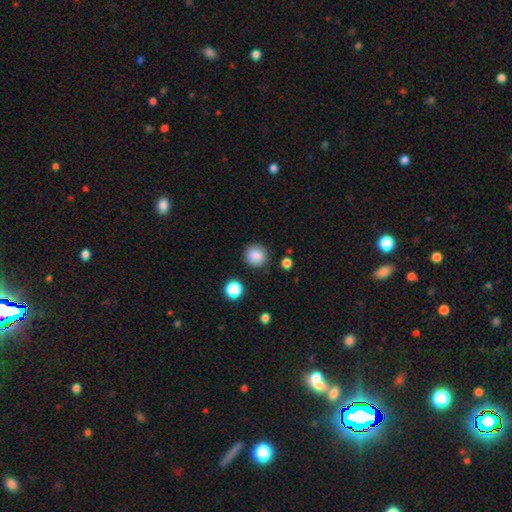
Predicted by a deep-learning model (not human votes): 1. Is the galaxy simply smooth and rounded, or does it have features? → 86% smooth, 9% star or artifact, 5% featured or disk.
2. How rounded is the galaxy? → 86% round, 13% in between, 1% cigar-shaped.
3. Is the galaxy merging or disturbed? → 86% none, 9% minor disturbance, 3% major disturbance, 2% merger.